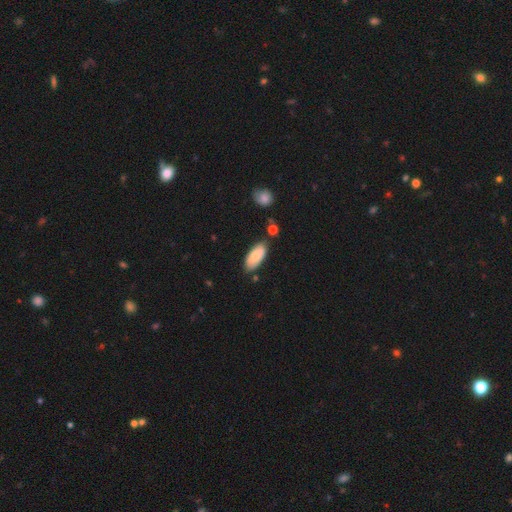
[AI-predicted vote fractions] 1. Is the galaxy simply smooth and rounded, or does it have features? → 78% smooth, 16% featured or disk, 6% star or artifact.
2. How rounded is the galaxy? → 87% in between, 11% cigar-shaped, 2% round.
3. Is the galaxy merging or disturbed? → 76% none, 16% minor disturbance, 5% merger, 3% major disturbance.